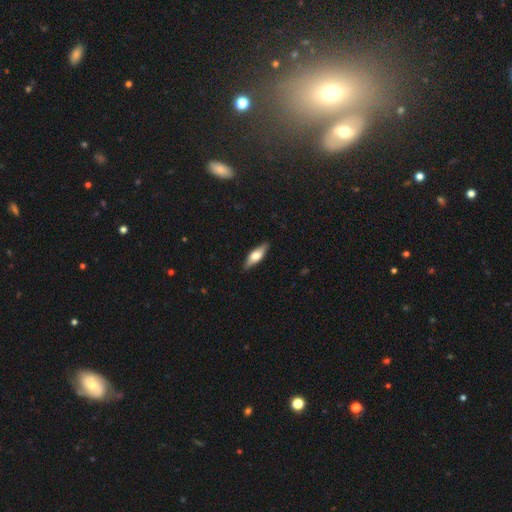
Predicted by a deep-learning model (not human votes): smooth 55%, featured or disk 39%, star or artifact 6%. Down the decision tree: how rounded — in between (54%); merging — none (87%).